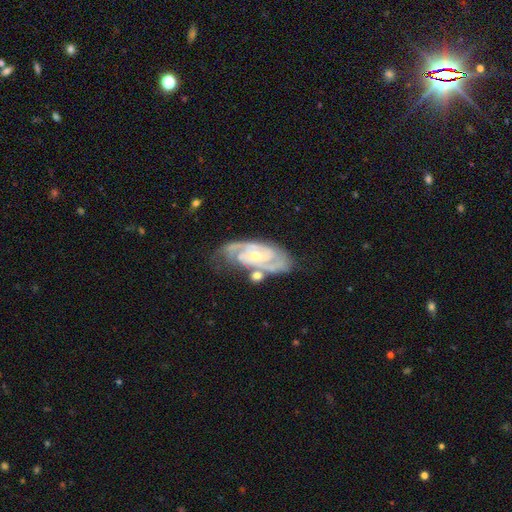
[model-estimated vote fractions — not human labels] Morphology: type=featured or disk (88%); edge-on=no (95%); bar=no (55%); spiral arms=yes (97%); winding=tight (64%); arm count=2 (65%); bulge=small (56%); merging=none (65%).